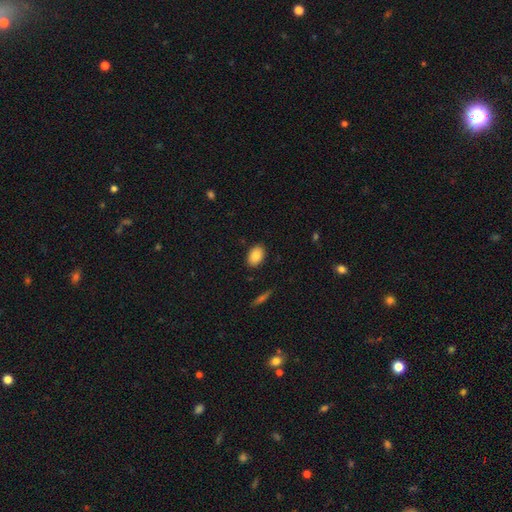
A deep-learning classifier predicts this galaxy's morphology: smooth_or_featured: smooth (p=0.87) [alt: star or artifact p=0.07]
how_rounded: in between (p=0.86) [alt: round p=0.12]
merging: none (p=0.87) [alt: minor disturbance p=0.09]